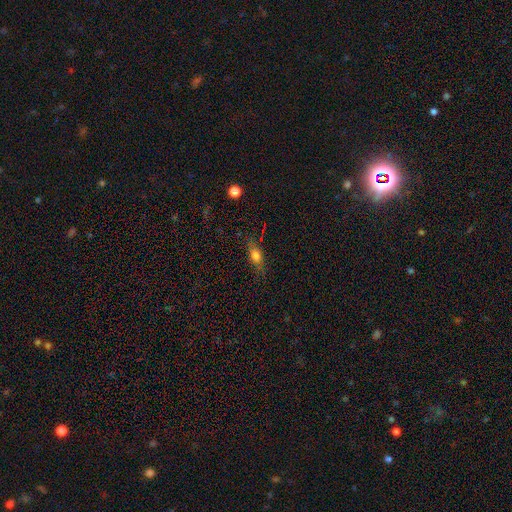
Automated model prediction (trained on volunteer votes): Q: Smooth or featured?
A: smooth (69%); runner-up: featured or disk (20%)
Q: How rounded?
A: in between (67%); runner-up: cigar-shaped (24%)
Q: Merging?
A: none (77%); runner-up: minor disturbance (17%)